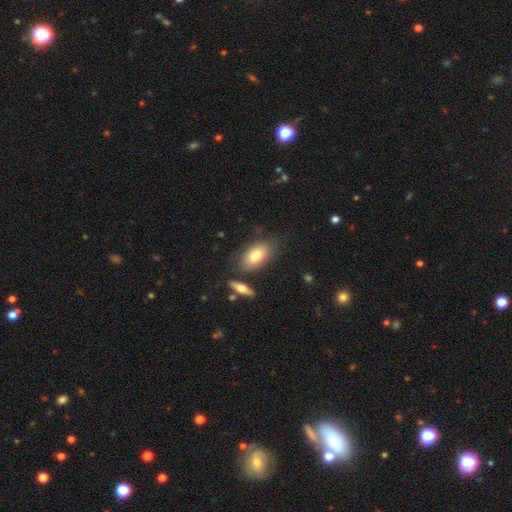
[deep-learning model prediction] smooth 78%, featured or disk 15%, star or artifact 7%. Down the decision tree: how rounded — in between (90%); merging — none (74%).